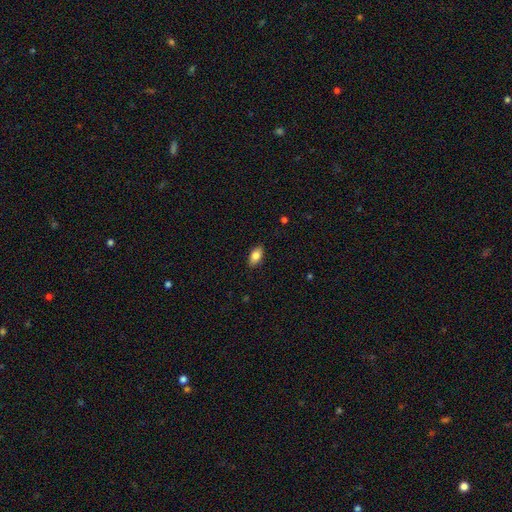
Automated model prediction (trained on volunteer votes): A smooth galaxy with no disk features (83%) that is in between round and cigar-shaped (91%).

Vote fractions:
- Smooth or featured? smooth: 83% / featured or disk: 10% / star or artifact: 7%
- How rounded? in between: 91% / round: 5% / cigar-shaped: 4%
- Merging? none: 87% / minor disturbance: 10% / major disturbance: 2% / merger: 1%